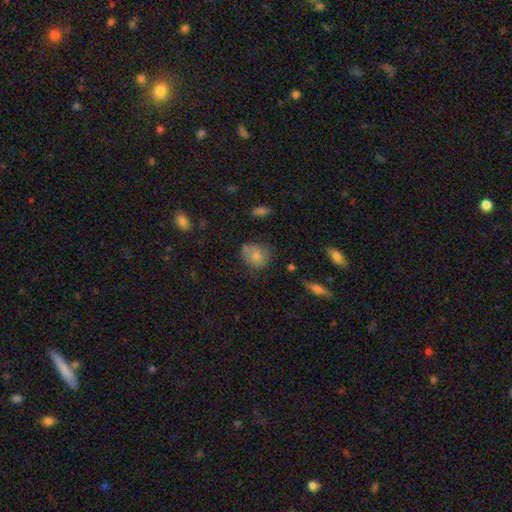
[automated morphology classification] type=smooth (75%); roundness=round (66%); merging=none (61%).